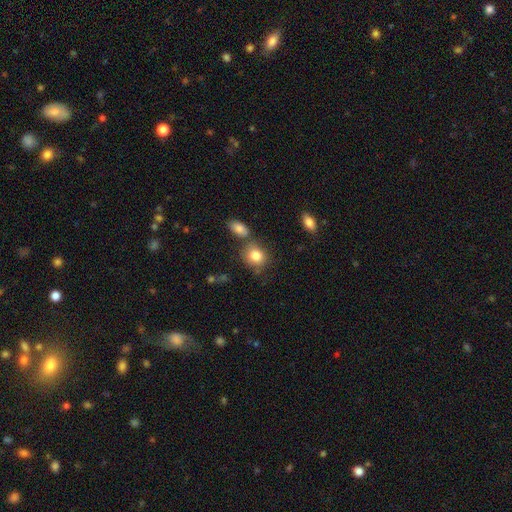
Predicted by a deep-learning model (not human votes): smooth 83%, featured or disk 9%, star or artifact 9%. Down the decision tree: how rounded — round (63%); merging — none (61%).